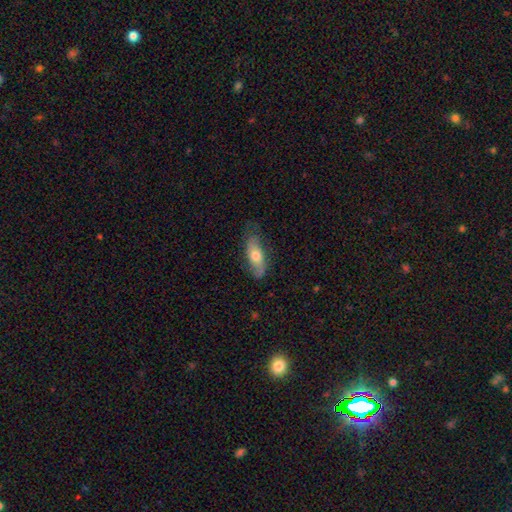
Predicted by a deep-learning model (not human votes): Smooth or featured? Predicted: smooth (p=0.61). How rounded? Predicted: in between (p=0.71). Merging? Predicted: none (p=0.68).